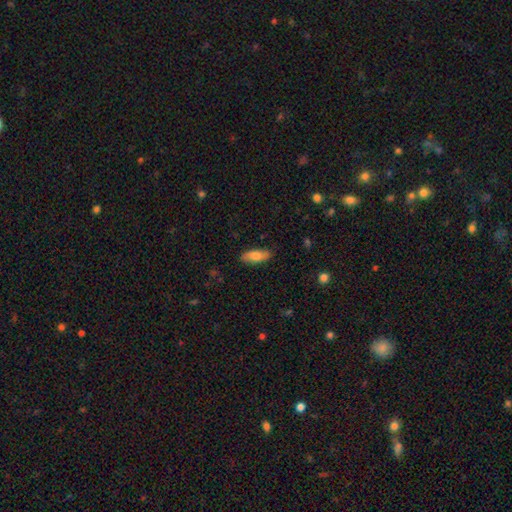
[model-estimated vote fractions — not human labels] The model was most divided on "how rounded": in between: 74%, cigar-shaped: 23%, round: 2%. More confident: merging — none (86%); smooth or featured — smooth (79%).